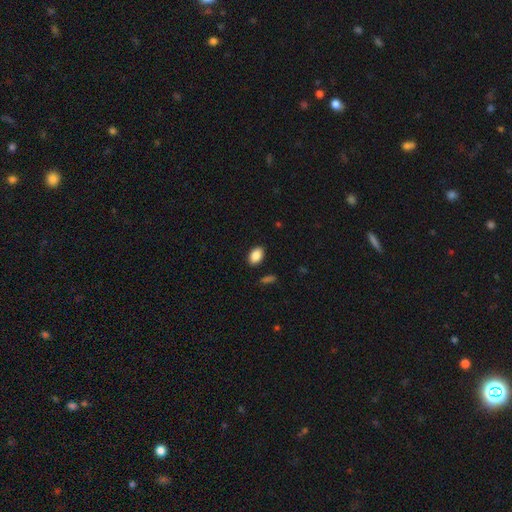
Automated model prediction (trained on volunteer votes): A smooth galaxy with no disk features (88%) that is in between round and cigar-shaped (89%). Merging: none (88%).